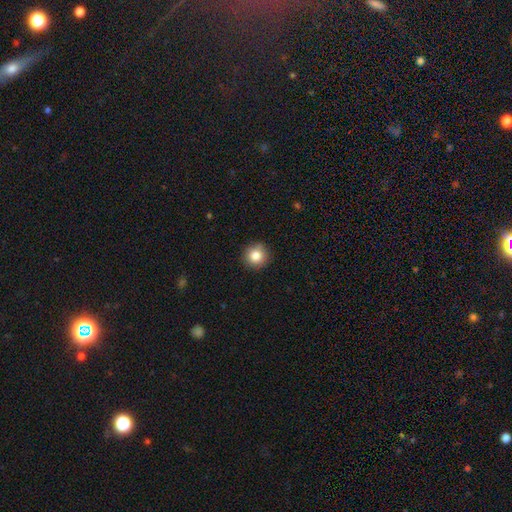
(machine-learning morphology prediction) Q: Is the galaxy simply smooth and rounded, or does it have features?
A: smooth — 84%.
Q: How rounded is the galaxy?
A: round — 94%.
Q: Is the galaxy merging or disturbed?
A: none — 90%.